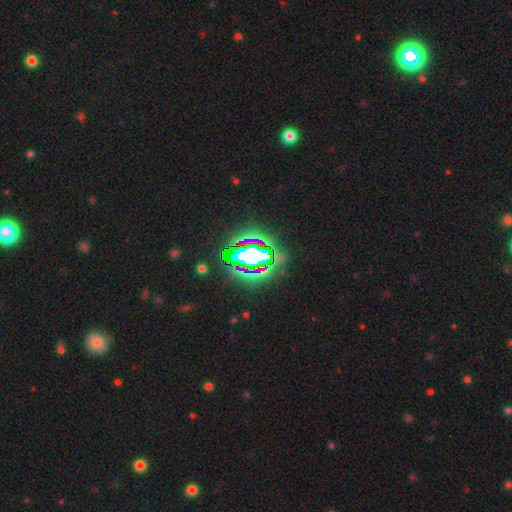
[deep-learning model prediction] Smooth or featured? star or artifact (57%)